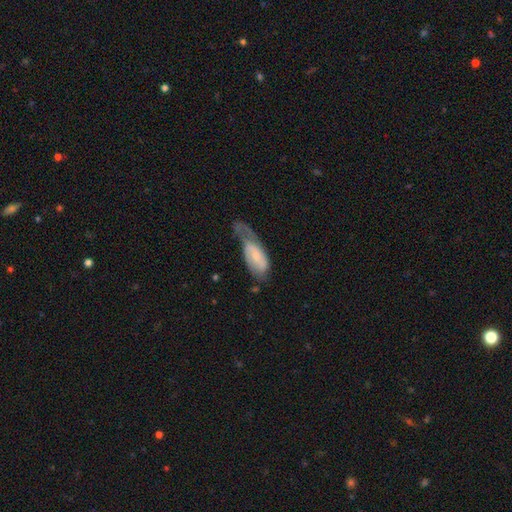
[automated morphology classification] This appears to be a featured or disk galaxy (58%) with no bar (51%), spiral arms (83%) and a small central bulge (49%). Merging: major disturbance (40%).